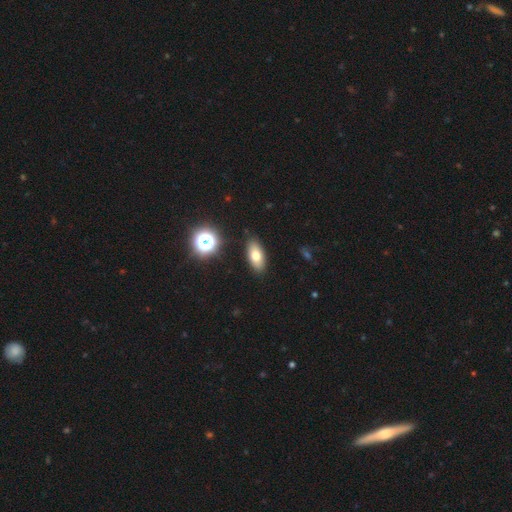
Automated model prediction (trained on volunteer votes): A smooth galaxy with no disk features (73%) that is in between round and cigar-shaped (85%).

Vote fractions:
- Smooth or featured? smooth: 73% / featured or disk: 16% / star or artifact: 11%
- How rounded? in between: 85% / cigar-shaped: 8% / round: 6%
- Merging? none: 87% / minor disturbance: 9% / major disturbance: 2% / merger: 2%